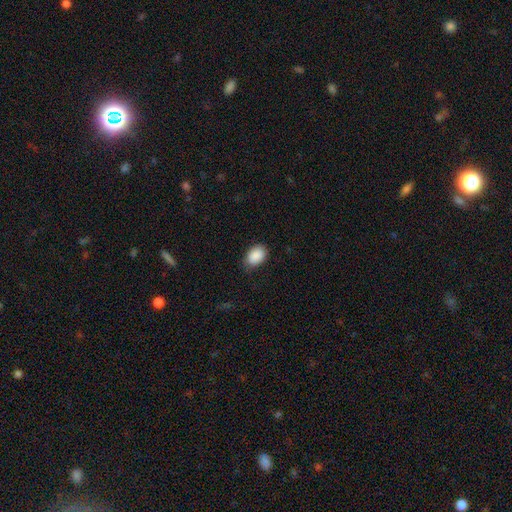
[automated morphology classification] The model was most divided on "merging": none: 77%, minor disturbance: 19%, major disturbance: 3%, merger: 1%. More confident: smooth or featured — smooth (90%); how rounded — in between (87%).